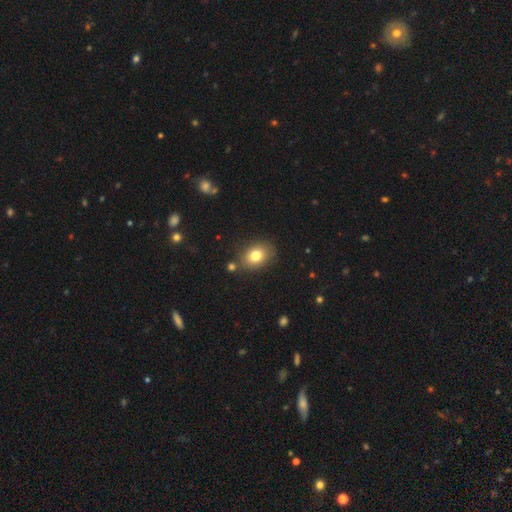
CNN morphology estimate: This is likely a smooth galaxy (78%). How rounded: likely in between (65%). Merging: likely none (80%).